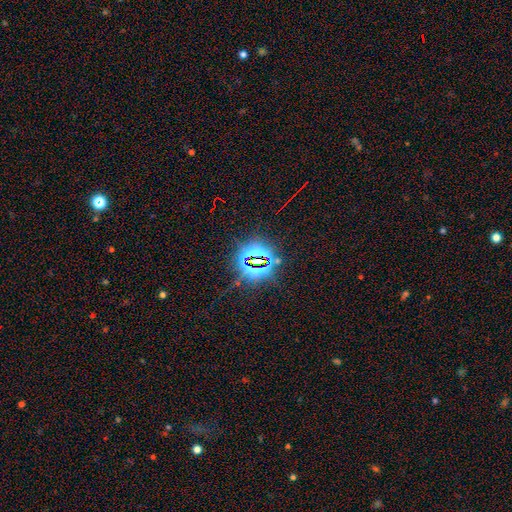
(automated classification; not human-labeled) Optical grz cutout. It shows a star or artifact, not a galaxy (82%).